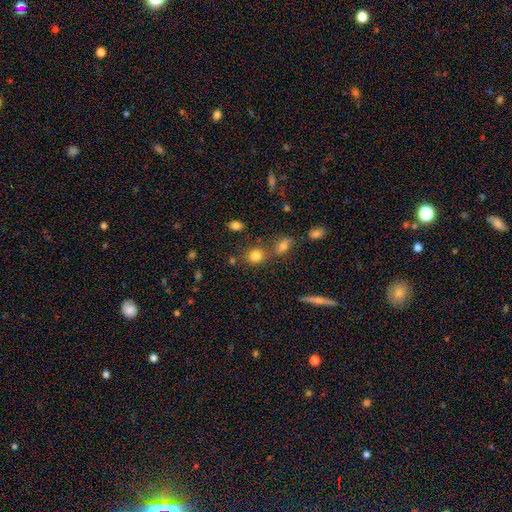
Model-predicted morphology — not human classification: Smooth or featured? smooth (81%)
How rounded? round (73%)
Merging? none (63%)